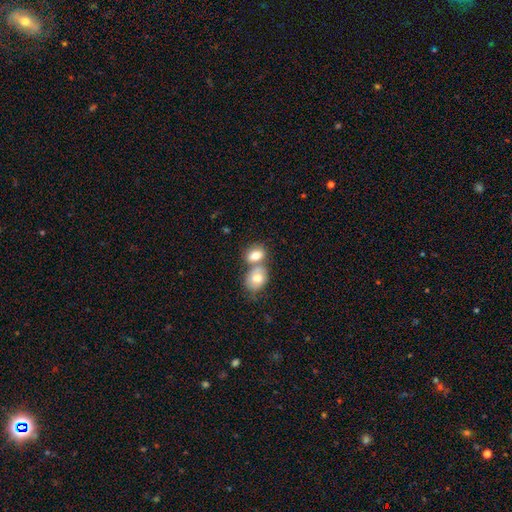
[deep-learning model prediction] smooth-or-featured: smooth: 78% | featured or disk: 14% | star or artifact: 8%
  how-rounded: in between: 71% | round: 28% | cigar-shaped: 1%
  merging: merger: 58% | none: 30% | minor disturbance: 8% | major disturbance: 3%